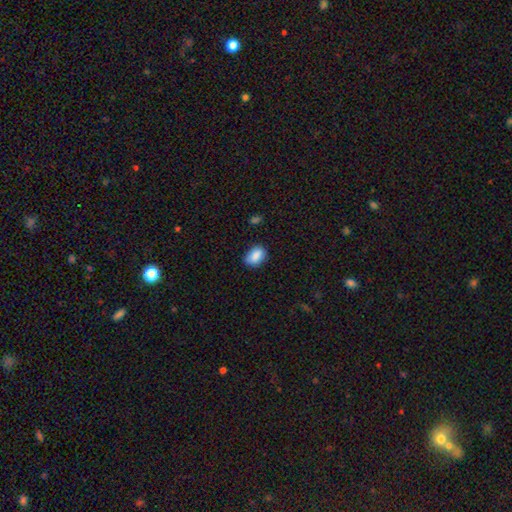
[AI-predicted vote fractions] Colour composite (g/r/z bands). It shows a smooth galaxy with no disk features (87%) that is in between round and cigar-shaped (80%). Merging: none (76%).